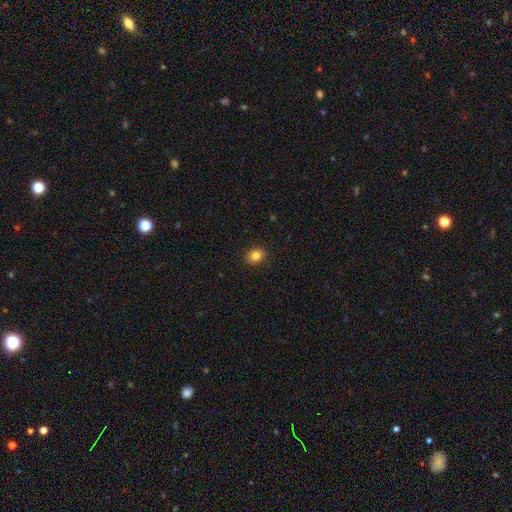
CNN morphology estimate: Smooth or featured? Predicted: smooth (p=0.84). How rounded? Predicted: in between (p=0.54). Merging? Predicted: none (p=0.90).